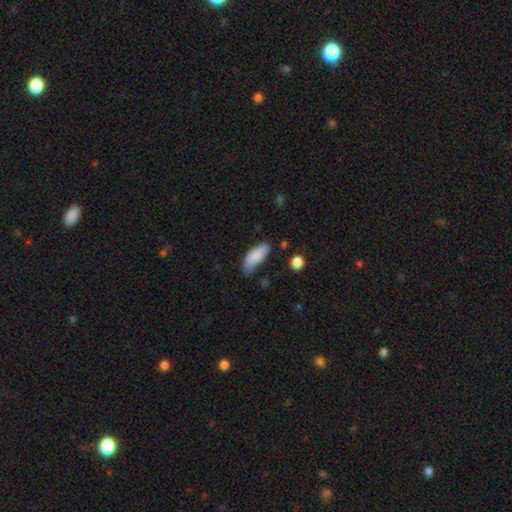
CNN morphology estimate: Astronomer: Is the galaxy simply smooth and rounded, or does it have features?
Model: smooth — 86%.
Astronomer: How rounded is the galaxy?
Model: in between — 77%.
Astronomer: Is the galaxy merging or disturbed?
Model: none — 64%.